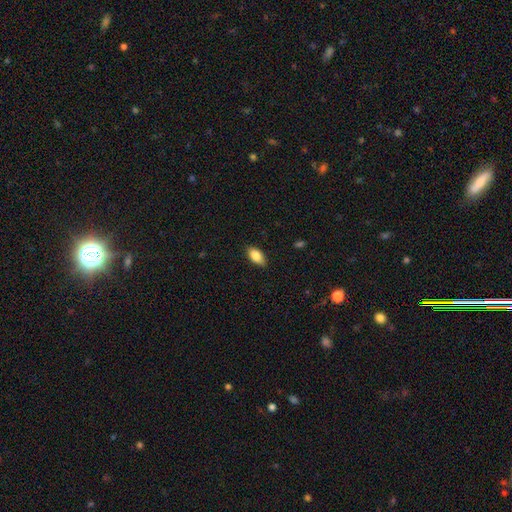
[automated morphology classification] Overall: smooth (86%). How rounded: in between (92%). Merging: none (86%).